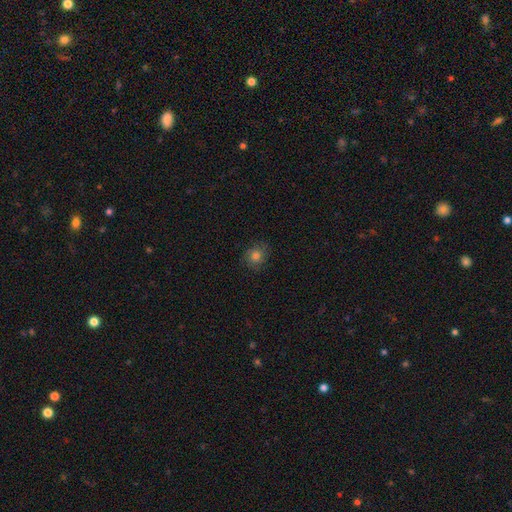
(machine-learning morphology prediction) A smooth galaxy with no disk features (77%) that is round (79%). Merging: none (81%).